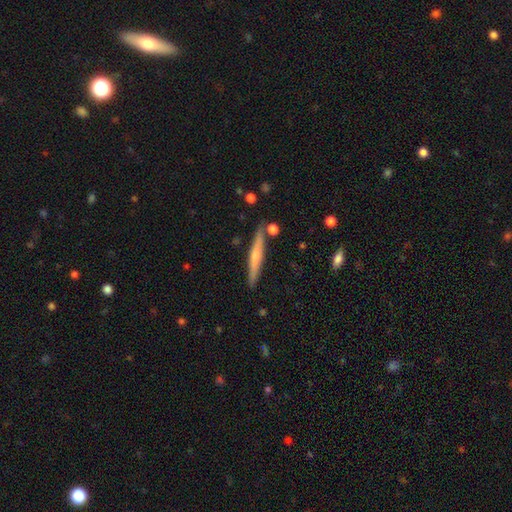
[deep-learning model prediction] Smooth or featured? Predicted: featured or disk (p=0.49). Merging? Predicted: none (p=0.87).